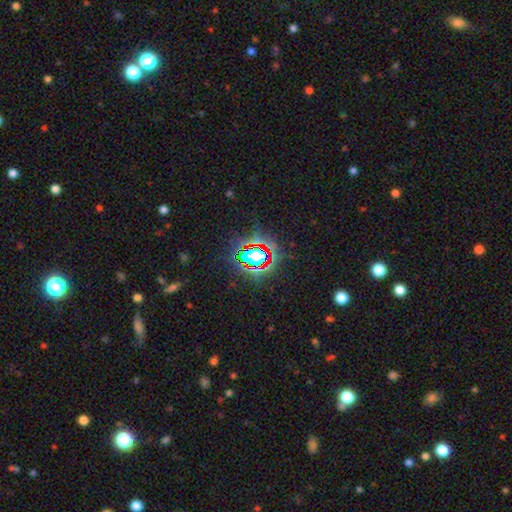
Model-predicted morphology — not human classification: Smooth or featured?
  - star or artifact: 70% *
  - smooth: 18%
  - featured or disk: 11%